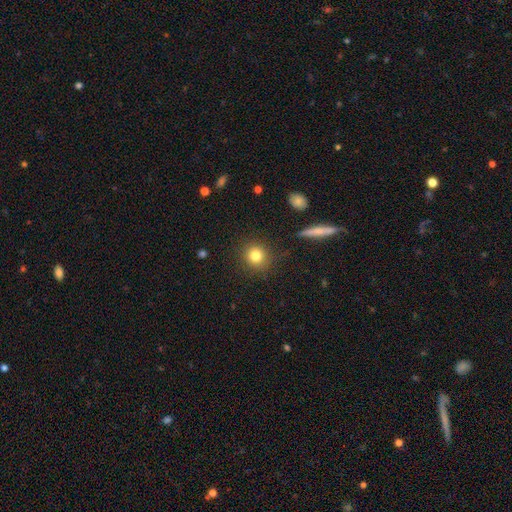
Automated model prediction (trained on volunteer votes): smooth 81%, star or artifact 11%, featured or disk 7%. Down the decision tree: how rounded — round (90%); merging — none (87%).